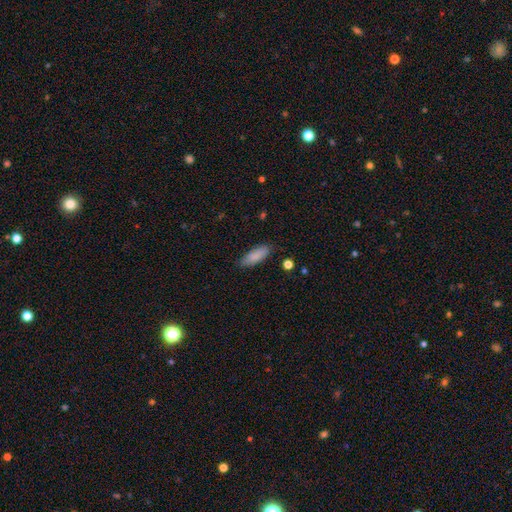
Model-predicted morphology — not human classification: A smooth galaxy with no disk features (87%) that is in between round and cigar-shaped (62%).

Vote fractions:
- Smooth or featured? smooth: 87% / star or artifact: 6% / featured or disk: 6%
- How rounded? in between: 62% / cigar-shaped: 36% / round: 2%
- Merging? none: 83% / minor disturbance: 13% / major disturbance: 3% / merger: 1%